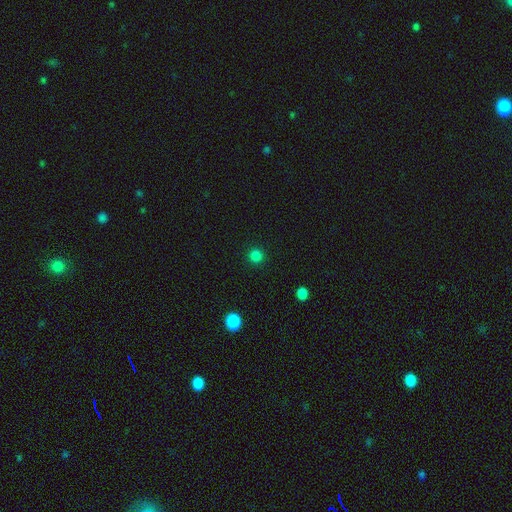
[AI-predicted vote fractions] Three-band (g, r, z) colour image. It shows a smooth galaxy with no disk features (83%) that is round (95%). Merging: none (92%).